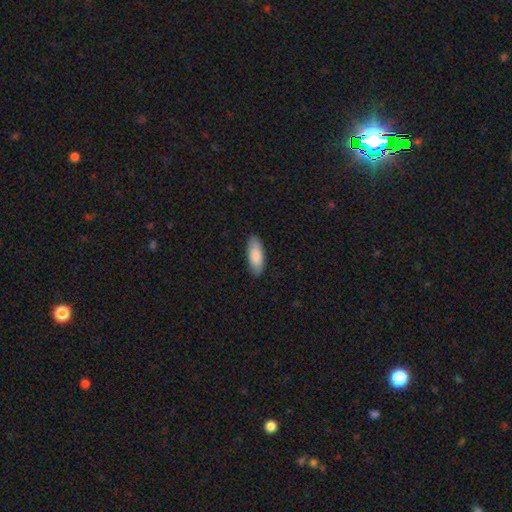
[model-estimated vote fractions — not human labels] This is clearly a smooth galaxy (87%). How rounded: likely in between (77%). Merging: clearly none (88%).